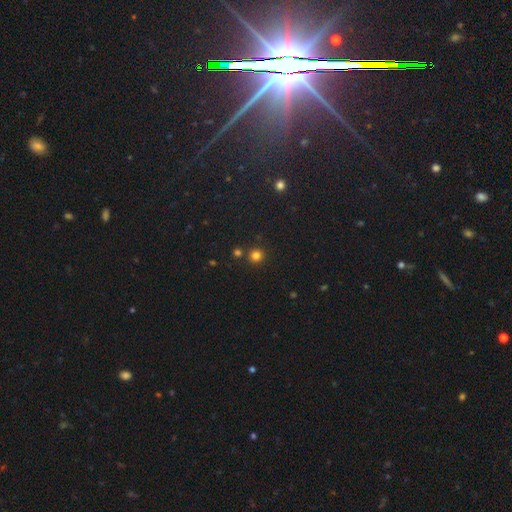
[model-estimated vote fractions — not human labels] smooth-or-featured: smooth: 79% | star or artifact: 16% | featured or disk: 4%
  how-rounded: round: 94% | in between: 5% | cigar-shaped: 1%
  merging: none: 85% | merger: 8% | minor disturbance: 6% | major disturbance: 2%